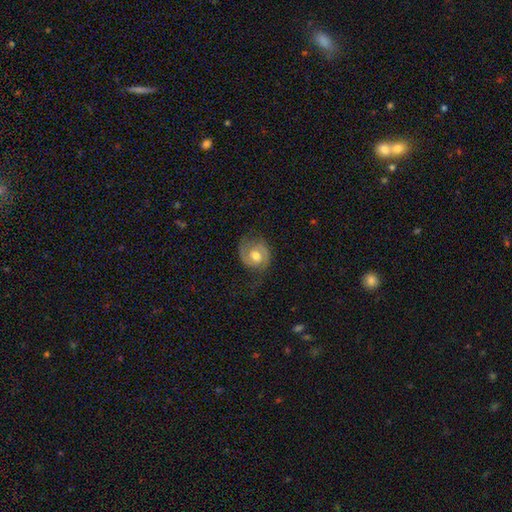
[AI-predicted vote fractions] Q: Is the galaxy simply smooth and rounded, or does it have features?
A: featured or disk — 76%.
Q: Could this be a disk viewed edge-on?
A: no — 98%.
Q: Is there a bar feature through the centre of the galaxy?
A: no — 60%.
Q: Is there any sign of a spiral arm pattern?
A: yes — 93%.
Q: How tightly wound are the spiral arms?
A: medium — 43%.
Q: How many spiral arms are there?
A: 2 — 84%.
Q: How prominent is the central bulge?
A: moderate — 75%.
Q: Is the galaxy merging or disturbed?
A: none — 65%.